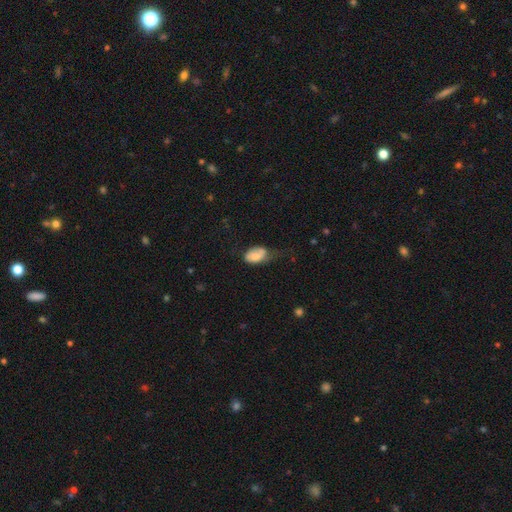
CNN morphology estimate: smooth 73%, featured or disk 19%, star or artifact 7%. Down the decision tree: how rounded — in between (90%); merging — minor disturbance (40%).